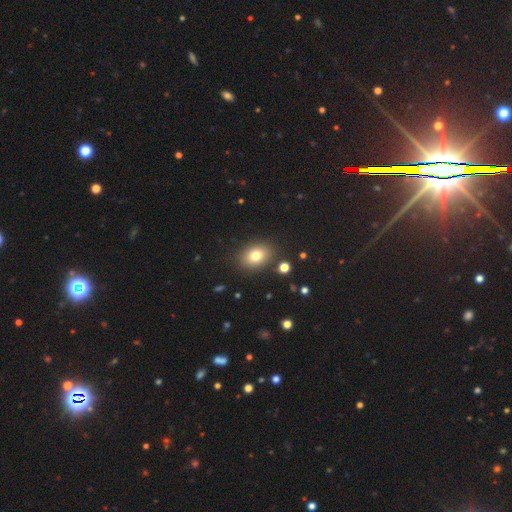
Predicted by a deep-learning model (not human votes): Smooth or featured? Predicted: smooth (p=0.77). How rounded? Predicted: in between (p=0.67). Merging? Predicted: none (p=0.86).